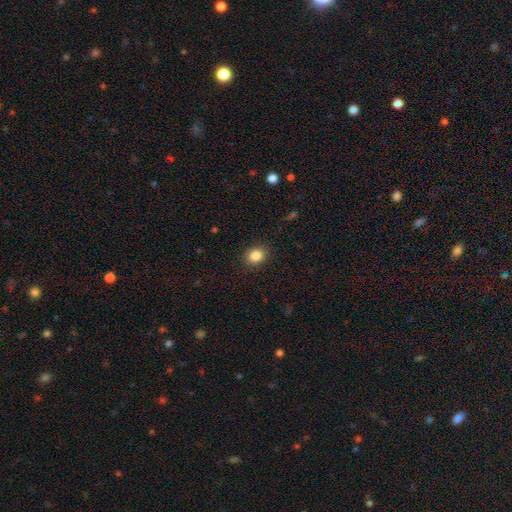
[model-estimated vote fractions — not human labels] Smooth or featured?
  - smooth: 85% *
  - star or artifact: 10%
  - featured or disk: 5%
How rounded?
  - round: 55% *
  - in between: 44%
  - cigar-shaped: 1%
Merging?
  - none: 89% *
  - minor disturbance: 8%
  - major disturbance: 2%
  - merger: 1%